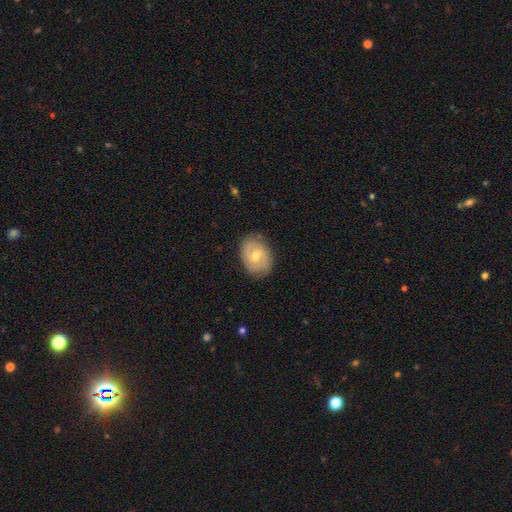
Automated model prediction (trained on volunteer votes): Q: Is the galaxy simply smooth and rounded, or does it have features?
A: featured or disk — 61%.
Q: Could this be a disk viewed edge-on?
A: no — 96%.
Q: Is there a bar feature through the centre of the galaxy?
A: weak — 46%.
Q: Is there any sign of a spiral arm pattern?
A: yes — 78%.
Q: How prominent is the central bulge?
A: moderate — 60%.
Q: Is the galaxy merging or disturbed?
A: none — 81%.